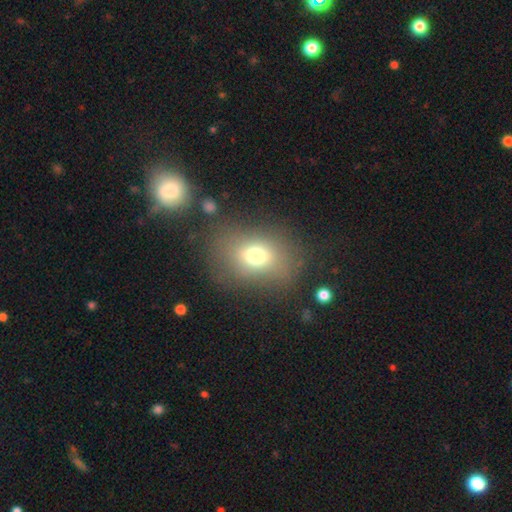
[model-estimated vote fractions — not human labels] The model was most divided on "how rounded": in between: 65%, round: 34%, cigar-shaped: 2%. More confident: merging — none (73%); smooth or featured — smooth (69%).